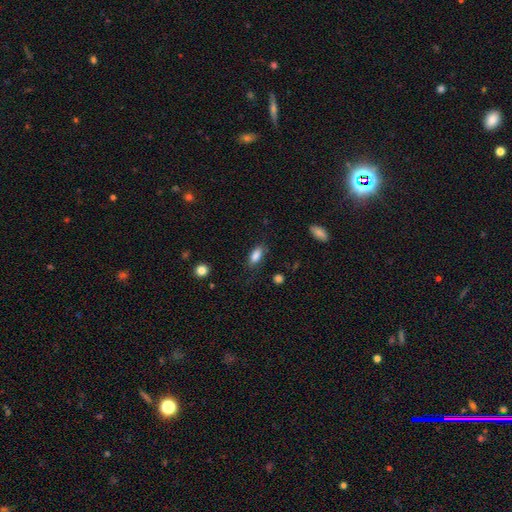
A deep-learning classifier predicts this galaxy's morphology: Smooth or featured?
  - smooth: 85% *
  - star or artifact: 8%
  - featured or disk: 7%
How rounded?
  - in between: 85% *
  - cigar-shaped: 12%
  - round: 3%
Merging?
  - none: 77% *
  - minor disturbance: 17%
  - major disturbance: 5%
  - merger: 1%